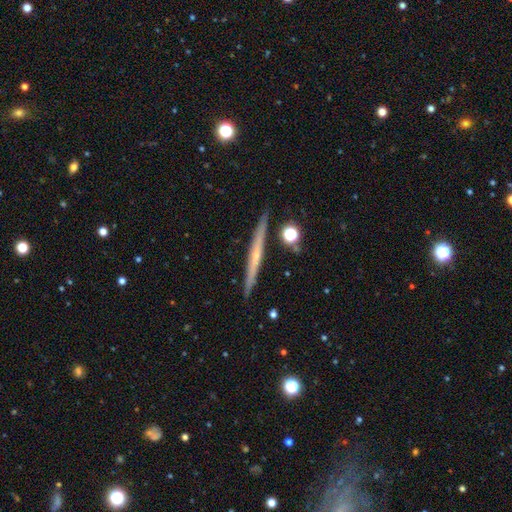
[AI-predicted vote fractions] This is likely a featured or disk galaxy (67%). It is clearly viewed edge-on (97%). Edge-on bulge: possibly none (55%). Merging: clearly none (89%).